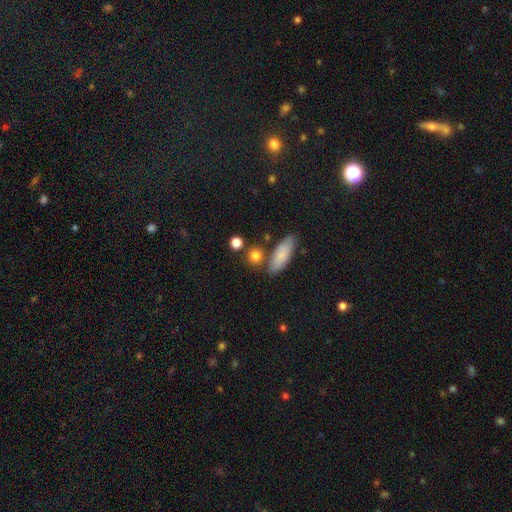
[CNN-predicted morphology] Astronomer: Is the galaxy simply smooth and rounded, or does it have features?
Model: smooth — 84%.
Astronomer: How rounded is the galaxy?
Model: round — 72%.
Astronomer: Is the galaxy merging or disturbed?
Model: none — 75%.